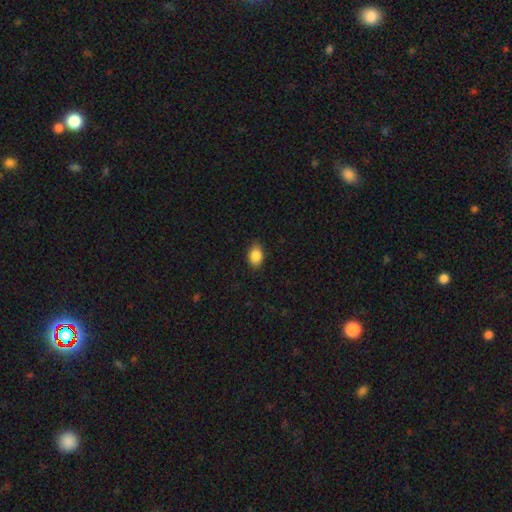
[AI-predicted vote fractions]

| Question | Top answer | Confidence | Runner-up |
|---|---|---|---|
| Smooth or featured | smooth | 87% | star or artifact (8%) |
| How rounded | in between | 81% | round (17%) |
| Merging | none | 82% | minor disturbance (15%) |